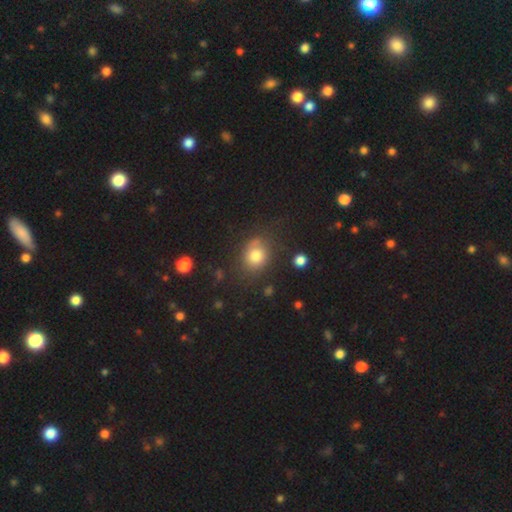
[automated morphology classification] Overall: smooth (77%). How rounded: round (65%; in between 34%). Merging: none (68%).